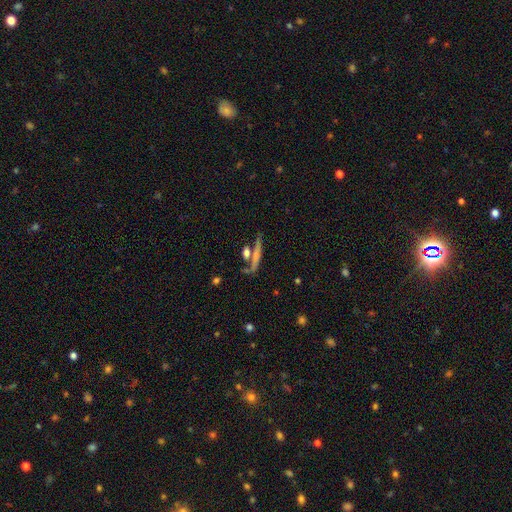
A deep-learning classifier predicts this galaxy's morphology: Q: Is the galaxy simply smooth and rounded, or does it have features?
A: smooth — 52%.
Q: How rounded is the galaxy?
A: cigar-shaped — 86%.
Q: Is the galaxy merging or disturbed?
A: none — 58%.